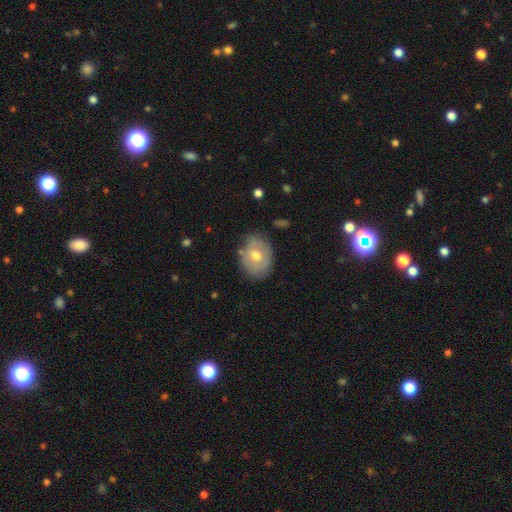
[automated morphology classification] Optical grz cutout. It shows a smooth galaxy with no disk features (56%) that is in between round and cigar-shaped (51%). Merging: none (73%).